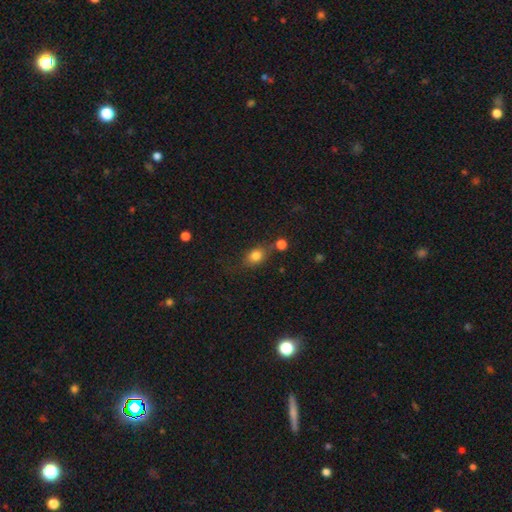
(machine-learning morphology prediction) smooth-or-featured: smooth: 80% | star or artifact: 11% | featured or disk: 9%
  how-rounded: in between: 60% | round: 37% | cigar-shaped: 3%
  merging: none: 58% | minor disturbance: 19% | merger: 15% | major disturbance: 8%